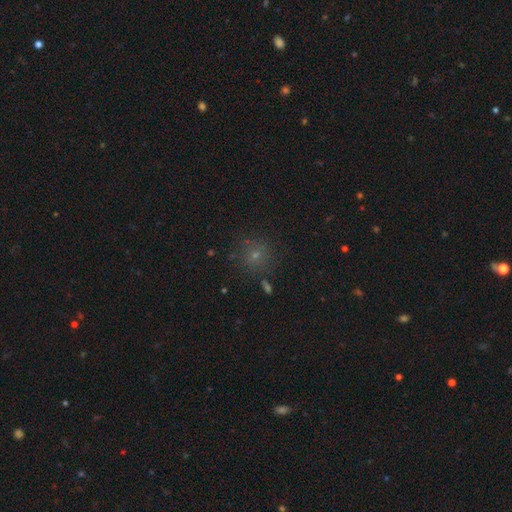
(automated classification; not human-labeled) The model was most divided on "smooth or featured": smooth: 56%, star or artifact: 30%, featured or disk: 13%. More confident: how rounded — round (90%); merging — none (79%).